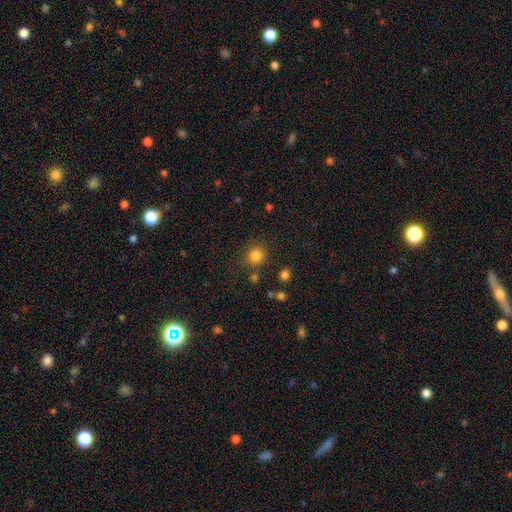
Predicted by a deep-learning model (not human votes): smooth 83%, star or artifact 13%, featured or disk 5%. Down the decision tree: how rounded — round (88%); merging — none (80%).